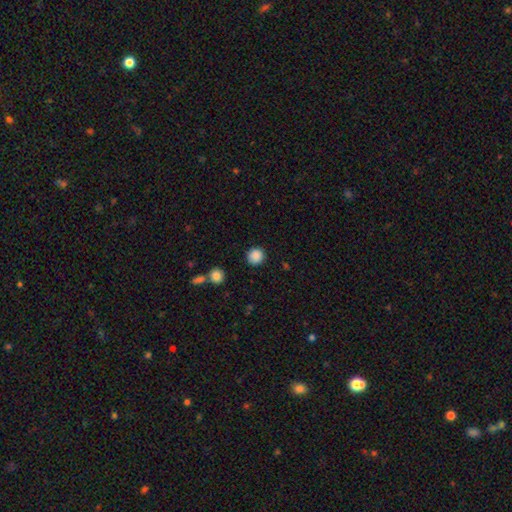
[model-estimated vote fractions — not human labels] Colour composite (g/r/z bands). It shows a smooth galaxy with no disk features (87%) that is round (94%). Merging: none (89%).